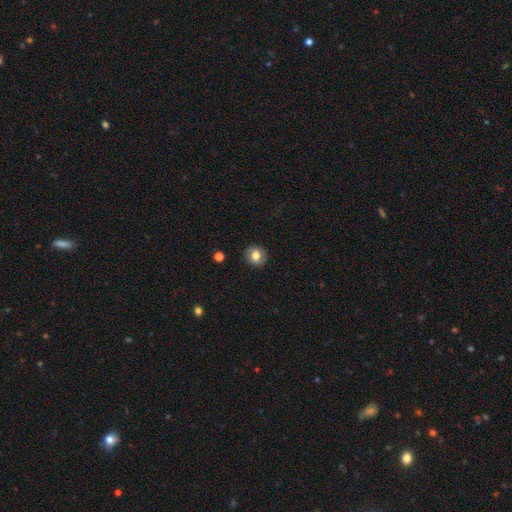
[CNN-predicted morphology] smooth_or_featured: smooth (p=0.74) [alt: featured or disk p=0.17]
how_rounded: round (p=0.86) [alt: in between p=0.13]
merging: none (p=0.89) [alt: minor disturbance p=0.08]